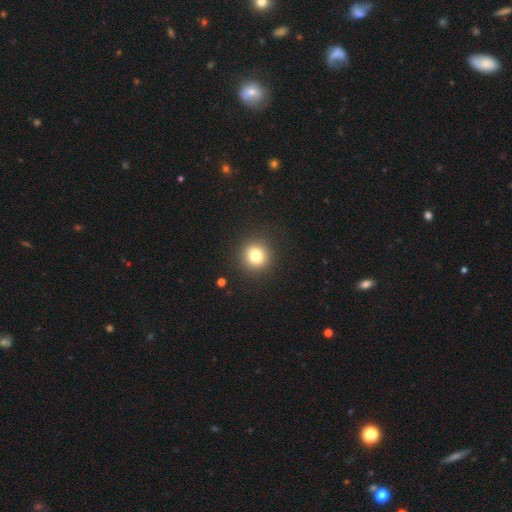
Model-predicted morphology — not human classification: The model was most divided on "smooth or featured": smooth: 79%, star or artifact: 13%, featured or disk: 9%. More confident: how rounded — round (93%); merging — none (91%).